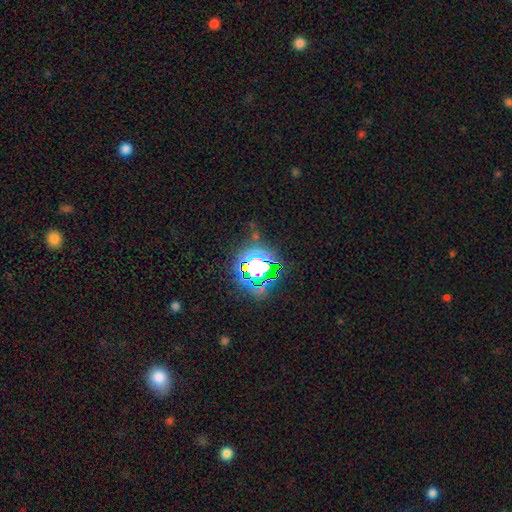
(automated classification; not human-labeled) Smooth or featured? Predicted: star or artifact (p=0.80).